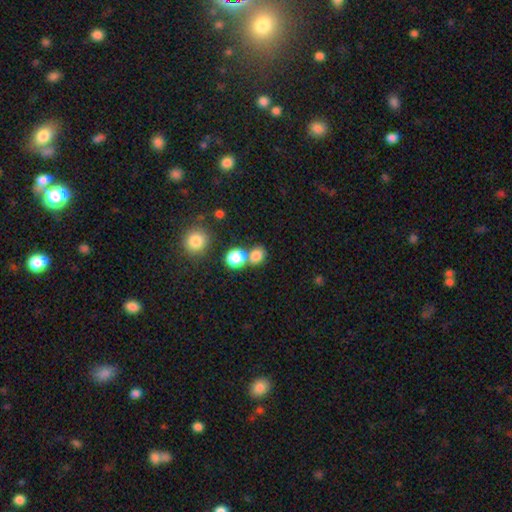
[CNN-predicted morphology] This appears to be a smooth galaxy with no disk features (80%) that is round (69%). Merging: none (54%).